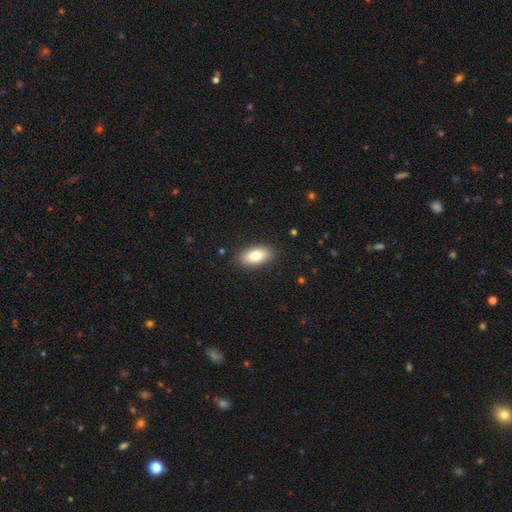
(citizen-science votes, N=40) smooth_or_featured: smooth (p=0.78) [alt: featured or disk p=0.17]
how_rounded: in between (p=0.87) [alt: round p=0.06]
merging: none (p=0.84) [alt: minor disturbance p=0.13]